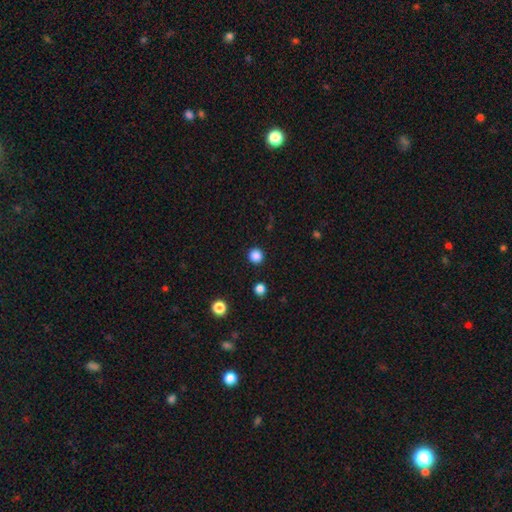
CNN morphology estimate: Smooth or featured? smooth (85%)
How rounded? round (95%)
Merging? none (92%)